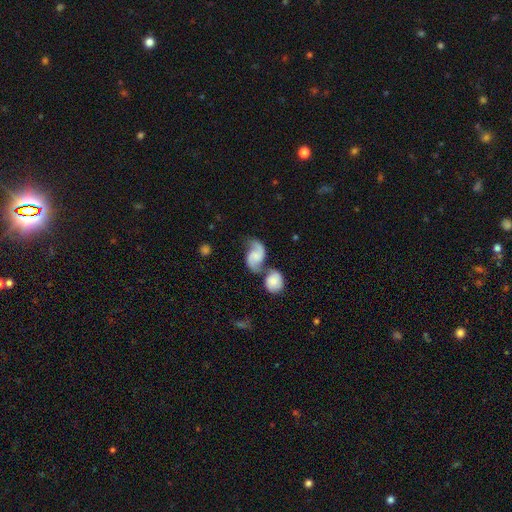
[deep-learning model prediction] Smooth or featured? featured or disk (77%)
Edge-on disk? no (97%)
Bar? no (57%)
Spiral arms? yes (95%)
Spiral winding? loose (58%)
Spiral arm count? 2 (90%)
Bulge size? none (41%)
Merging? merger (42%)